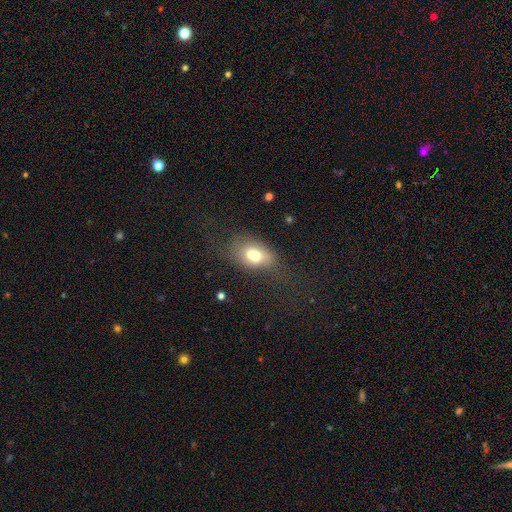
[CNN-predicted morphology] Smooth or featured?
  - smooth: 62% *
  - featured or disk: 28%
  - star or artifact: 10%
How rounded?
  - in between: 73% *
  - round: 25%
  - cigar-shaped: 2%
Merging?
  - merger: 51% *
  - none: 26%
  - minor disturbance: 13%
  - major disturbance: 10%